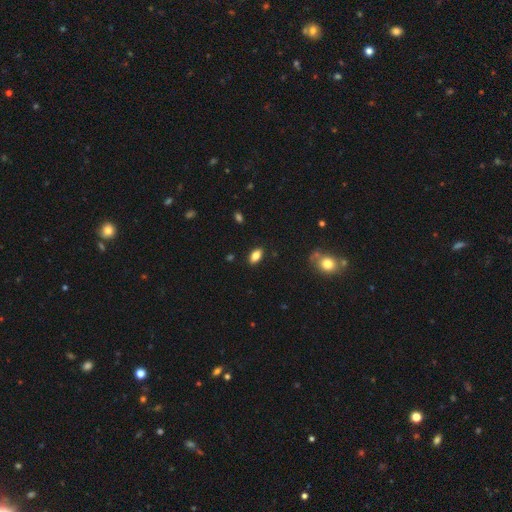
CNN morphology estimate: Smooth or featured: smooth — 83% (star or artifact — 9%)
How rounded: in between — 90% (cigar-shaped — 5%)
Merging: none — 87% (minor disturbance — 9%)